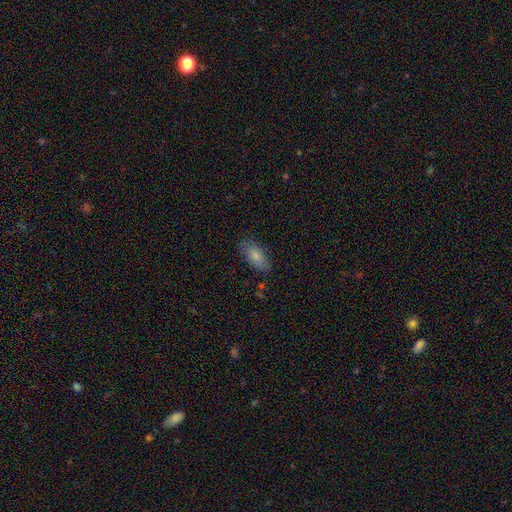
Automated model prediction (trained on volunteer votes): Q: Smooth or featured?
A: smooth (78%); runner-up: featured or disk (15%)
Q: How rounded?
A: in between (90%); runner-up: cigar-shaped (8%)
Q: Merging?
A: none (77%); runner-up: minor disturbance (18%)